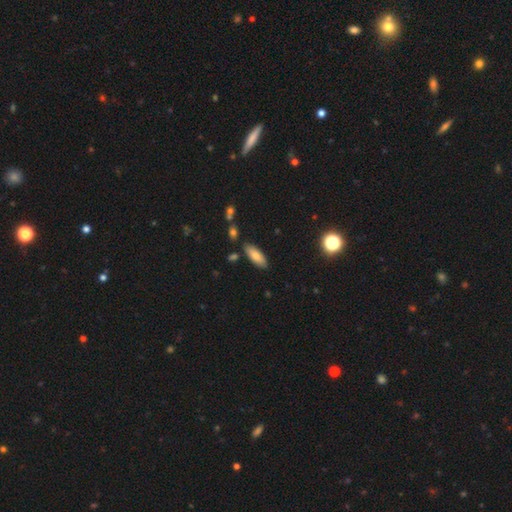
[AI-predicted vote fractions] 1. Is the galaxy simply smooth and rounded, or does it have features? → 80% smooth, 13% featured or disk, 7% star or artifact.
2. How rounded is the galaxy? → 73% in between, 25% cigar-shaped, 2% round.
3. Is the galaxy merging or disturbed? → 83% none, 11% minor disturbance, 3% merger, 2% major disturbance.